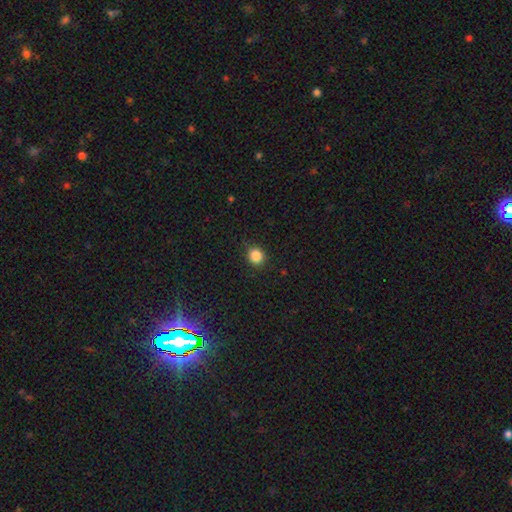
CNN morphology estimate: smooth-or-featured: smooth: 85% | star or artifact: 11% | featured or disk: 4%
  how-rounded: round: 84% | in between: 15% | cigar-shaped: 1%
  merging: none: 85% | minor disturbance: 11% | major disturbance: 3% | merger: 1%